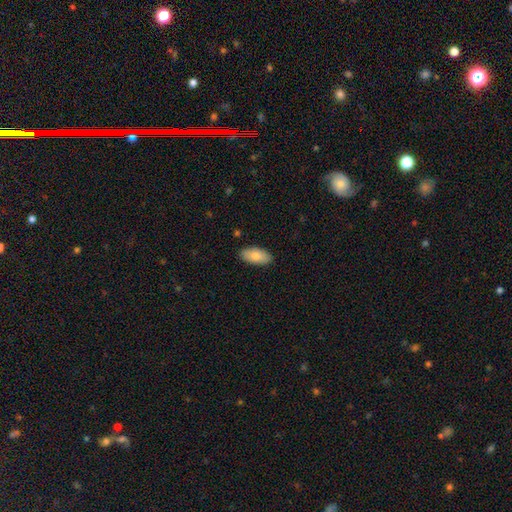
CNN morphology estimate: The model was most divided on "smooth or featured": smooth: 82%, featured or disk: 12%, star or artifact: 6%. More confident: how rounded — in between (92%); merging — none (87%).